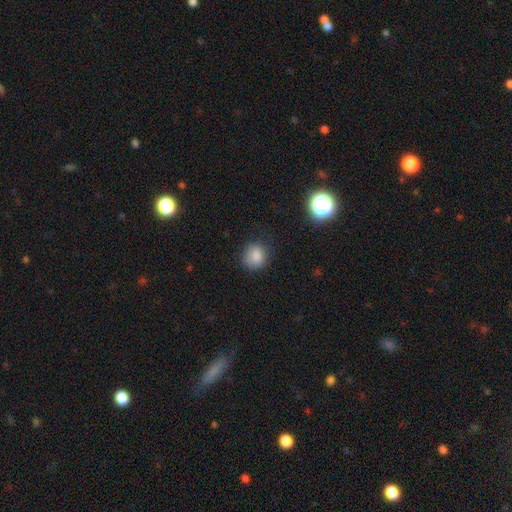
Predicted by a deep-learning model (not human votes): Smooth or featured?
  - smooth: 83% *
  - star or artifact: 11%
  - featured or disk: 6%
How rounded?
  - round: 75% *
  - in between: 24%
  - cigar-shaped: 1%
Merging?
  - none: 76% *
  - minor disturbance: 17%
  - major disturbance: 5%
  - merger: 2%